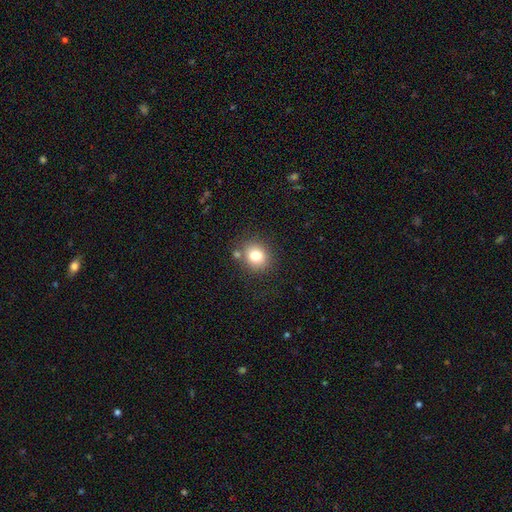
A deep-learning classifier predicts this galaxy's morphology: Smooth or featured?
  - smooth: 78% *
  - star or artifact: 12%
  - featured or disk: 10%
How rounded?
  - round: 78% *
  - in between: 21%
  - cigar-shaped: 1%
Merging?
  - none: 77% *
  - minor disturbance: 11%
  - merger: 9%
  - major disturbance: 4%